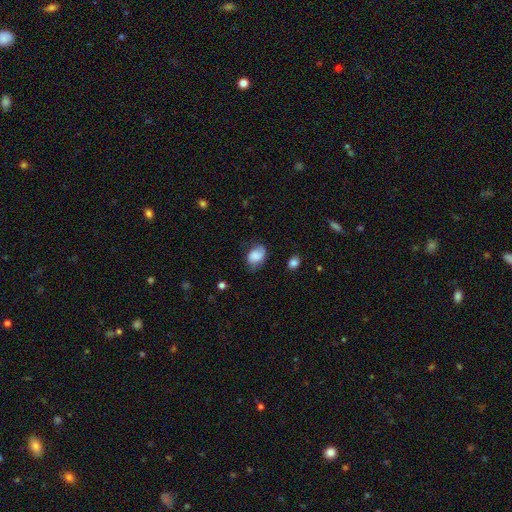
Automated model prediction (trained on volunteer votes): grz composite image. It shows a smooth galaxy with no disk features (71%) that is in between round and cigar-shaped (75%). Merging: none (55%).